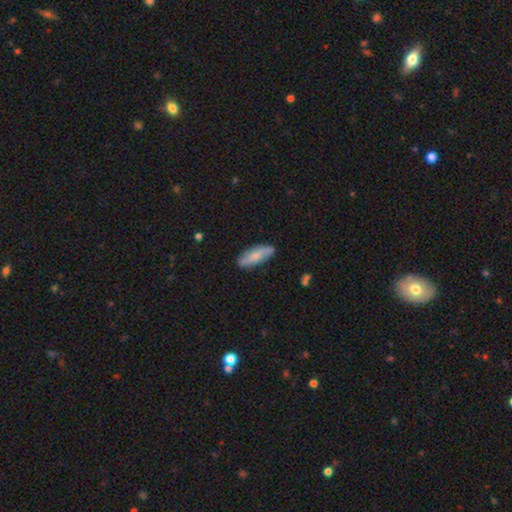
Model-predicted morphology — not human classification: Smooth or featured?
  - smooth: 64% *
  - featured or disk: 30%
  - star or artifact: 6%
How rounded?
  - in between: 63% *
  - cigar-shaped: 34%
  - round: 2%
Merging?
  - none: 81% *
  - minor disturbance: 14%
  - major disturbance: 2%
  - merger: 2%